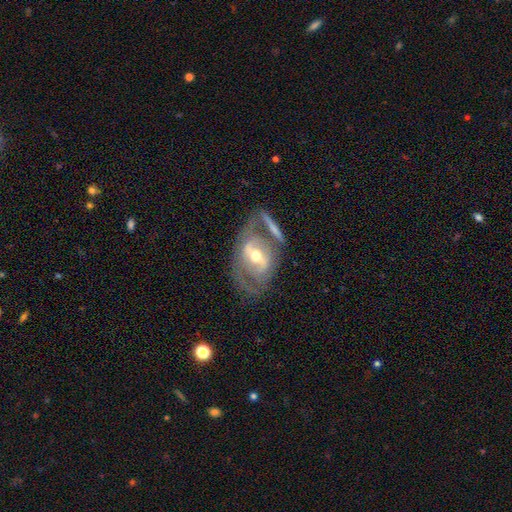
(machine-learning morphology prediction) Smooth or featured?
  - featured or disk: 76% *
  - smooth: 18%
  - star or artifact: 6%
Edge-on disk?
  - no: 91% *
  - yes: 9%
Bar?
  - strong: 47% *
  - weak: 35%
  - no: 18%
Spiral arms?
  - yes: 62% *
  - no: 38%
Bulge size?
  - moderate: 70% *
  - small: 23%
  - large: 6%
  - none: 1%
  - dominant: 1%
Merging?
  - none: 47% *
  - minor disturbance: 18%
  - major disturbance: 18%
  - merger: 17%